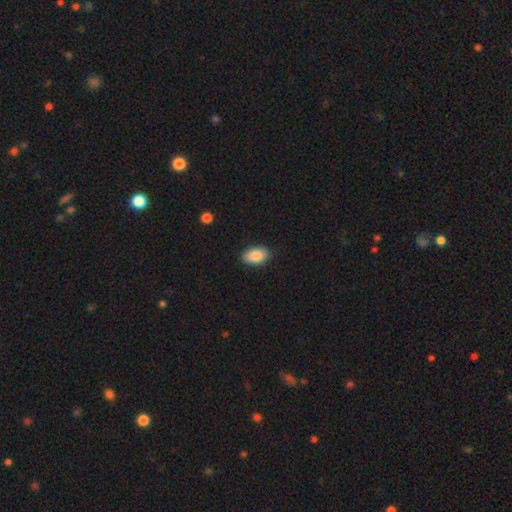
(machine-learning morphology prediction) Smooth or featured? Predicted: smooth (p=0.87). How rounded? Predicted: in between (p=0.92). Merging? Predicted: none (p=0.86).